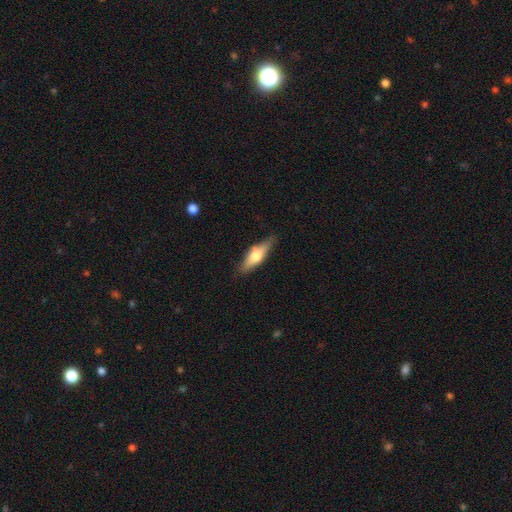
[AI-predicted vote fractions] Smooth or featured: smooth — 52% (featured or disk — 42%)
How rounded: in between — 50% (cigar-shaped — 47%)
Merging: none — 78% (minor disturbance — 17%)